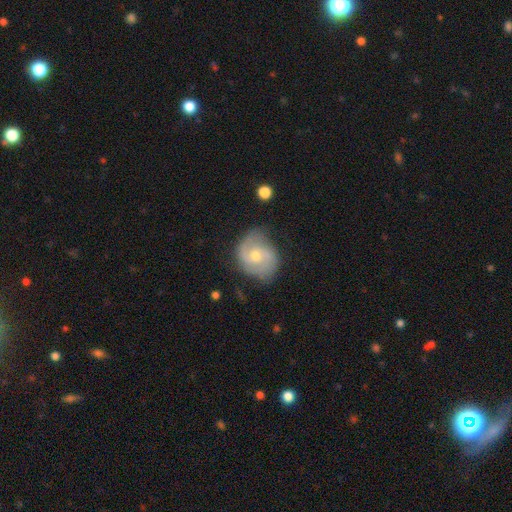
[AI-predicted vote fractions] This is likely a featured or disk galaxy (71%). It is clearly not viewed edge-on (97%). Bar: likely no (61%). Spiral arm pattern: clearly yes (89%). Spiral arm count: likely 2 (71%). Spiral winding: marginally medium (44%). Central bulge: possibly moderate (52%). Merging: likely none (64%).